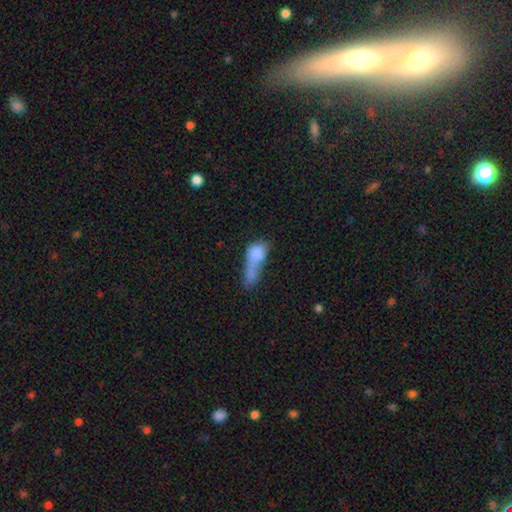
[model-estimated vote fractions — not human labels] smooth_or_featured: smooth (p=0.70) [alt: featured or disk p=0.20]
how_rounded: in between (p=0.67) [alt: cigar-shaped p=0.17]
merging: merger (p=0.46) [alt: major disturbance p=0.24]